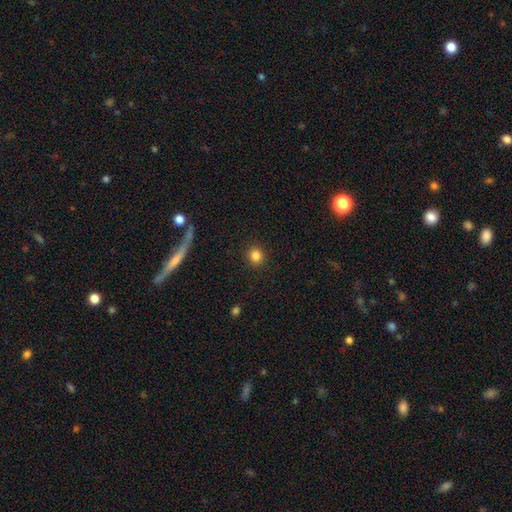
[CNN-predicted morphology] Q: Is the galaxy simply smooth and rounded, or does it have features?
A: smooth — 83%.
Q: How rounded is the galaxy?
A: round — 90%.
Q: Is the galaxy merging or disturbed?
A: none — 92%.